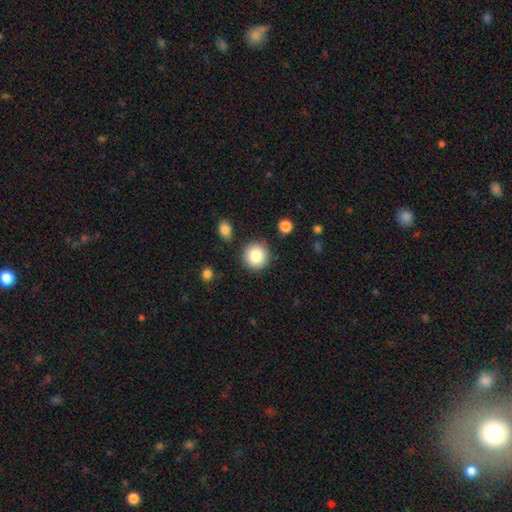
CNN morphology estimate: This is clearly a smooth galaxy (83%). How rounded: clearly round (93%). Merging: clearly none (87%).